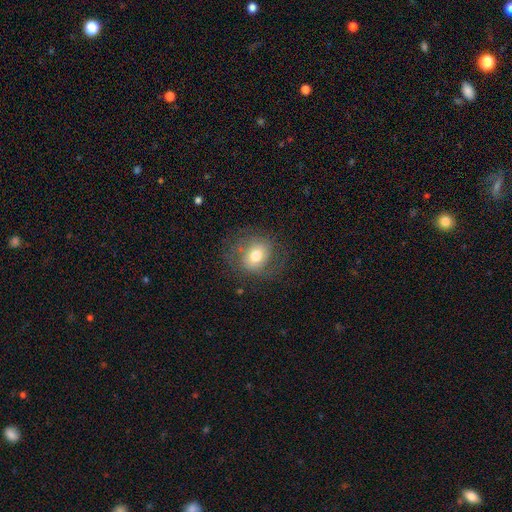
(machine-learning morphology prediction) Smooth or featured?
  - smooth: 63% *
  - featured or disk: 27%
  - star or artifact: 10%
How rounded?
  - round: 65% *
  - in between: 34%
  - cigar-shaped: 1%
Merging?
  - none: 66% *
  - minor disturbance: 19%
  - major disturbance: 14%
  - merger: 1%